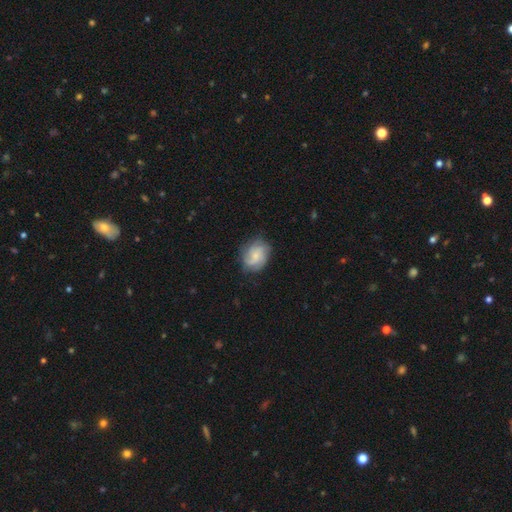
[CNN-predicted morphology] Overall: featured or disk (64%; smooth 29%). Edge-on disk: no (98%). Bar: no (67%; weak 29%). Spiral arms: yes (93%). Spiral arm count: 3 (36%; can't tell 21%). Spiral winding: medium (43%; tight 39%). Bulge size: small (55%; moderate 27%). Merging: none (76%).